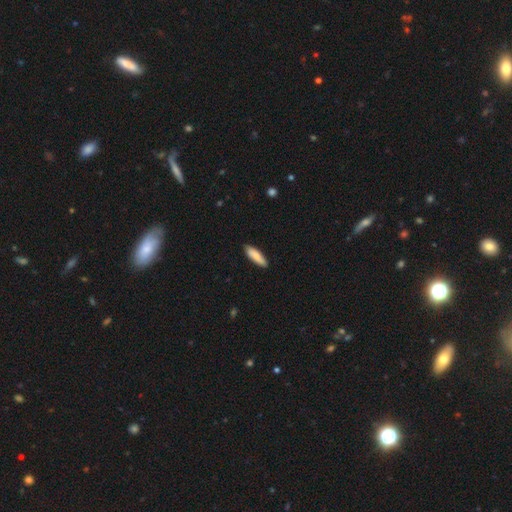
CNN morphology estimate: Q: Smooth or featured?
A: smooth (84%); runner-up: featured or disk (11%)
Q: How rounded?
A: cigar-shaped (59%); runner-up: in between (39%)
Q: Merging?
A: none (86%); runner-up: minor disturbance (11%)